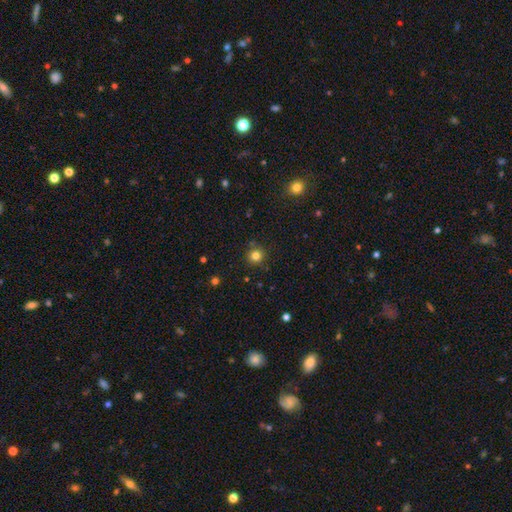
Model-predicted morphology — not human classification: Smooth or featured? Predicted: smooth (p=0.81). How rounded? Predicted: round (p=0.94). Merging? Predicted: none (p=0.87).